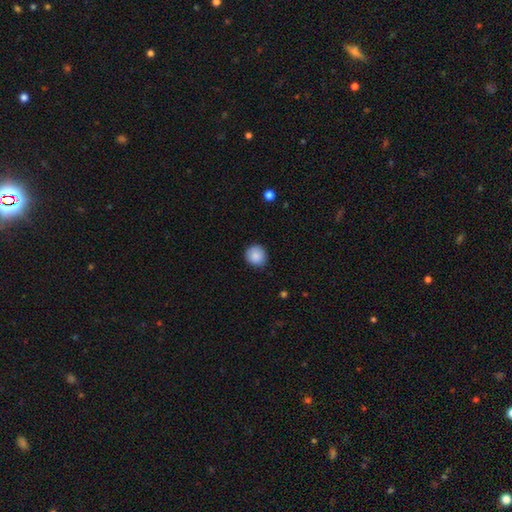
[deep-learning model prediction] Morphology: type=smooth (88%); roundness=round (91%); merging=none (87%).